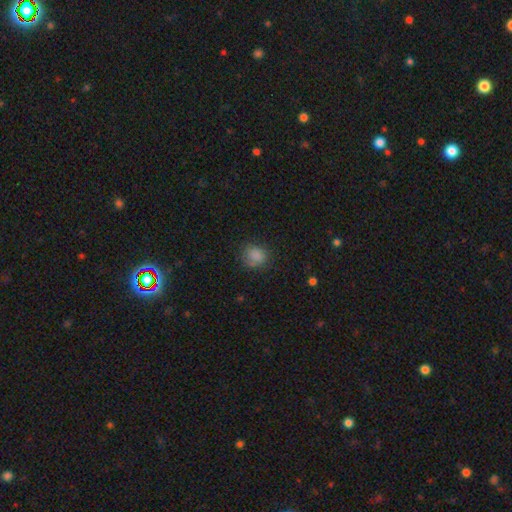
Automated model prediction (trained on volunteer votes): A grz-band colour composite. It shows a smooth galaxy with no disk features (83%) that is round (76%). Merging: none (75%).